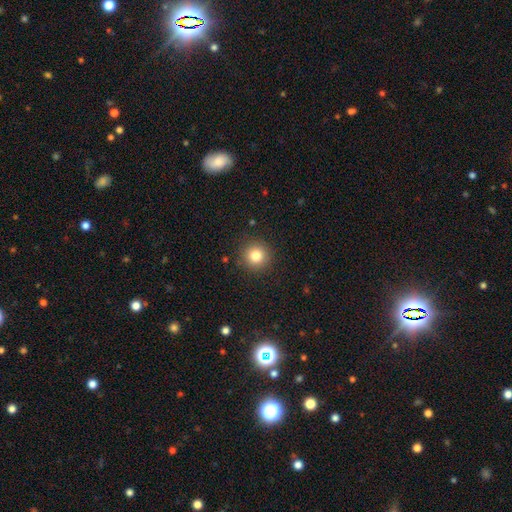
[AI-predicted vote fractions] Q: Smooth or featured?
A: smooth (81%); runner-up: star or artifact (12%)
Q: How rounded?
A: round (94%); runner-up: in between (5%)
Q: Merging?
A: none (90%); runner-up: minor disturbance (6%)